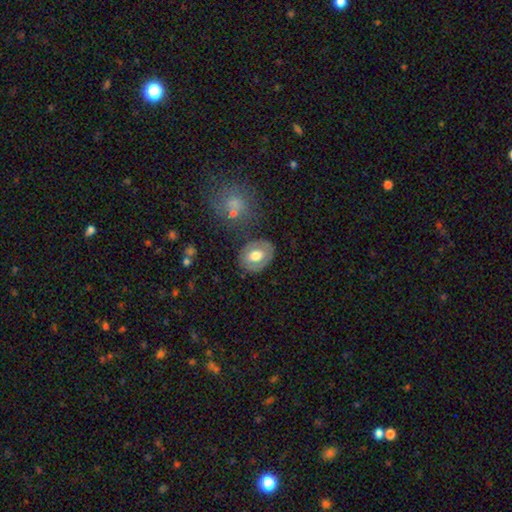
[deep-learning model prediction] smooth 57%, featured or disk 36%, star or artifact 6%. Down the decision tree: how rounded — in between (68%); merging — none (79%).